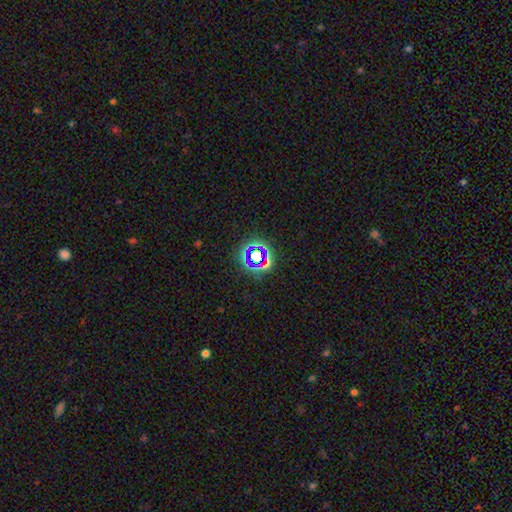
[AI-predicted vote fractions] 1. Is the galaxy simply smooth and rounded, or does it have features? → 63% star or artifact, 24% smooth, 13% featured or disk.